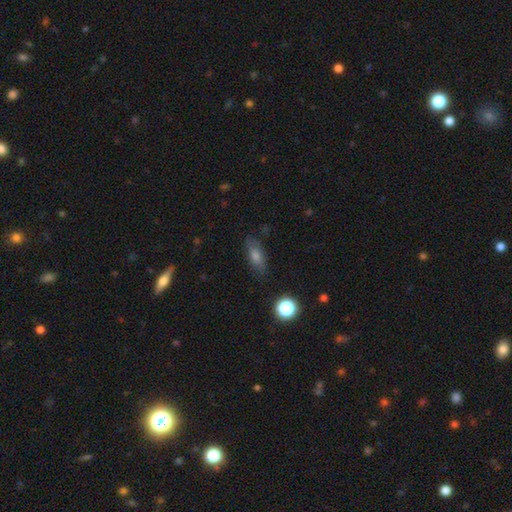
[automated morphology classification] A smooth galaxy with no disk features (64%) that is in between round and cigar-shaped (67%).

Vote fractions:
- Smooth or featured? smooth: 64% / featured or disk: 21% / star or artifact: 16%
- How rounded? in between: 67% / cigar-shaped: 26% / round: 8%
- Merging? none: 80% / minor disturbance: 14% / major disturbance: 4% / merger: 2%